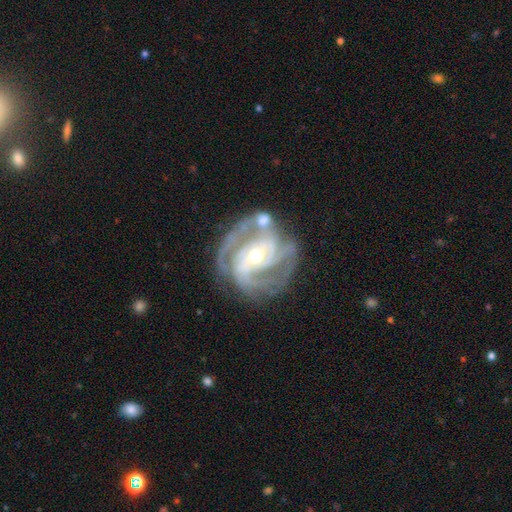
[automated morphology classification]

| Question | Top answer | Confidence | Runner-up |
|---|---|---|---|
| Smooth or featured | featured or disk | 90% | smooth (5%) |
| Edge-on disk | no | 97% | yes (3%) |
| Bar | no | 37% | tied: weak (37%) |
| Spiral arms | yes | 95% | no (5%) |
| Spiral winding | tight | 58% | medium (35%) |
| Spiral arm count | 2 | 39% | 3 (32%) |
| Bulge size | moderate | 62% | small (33%) |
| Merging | none | 61% | minor disturbance (19%) |